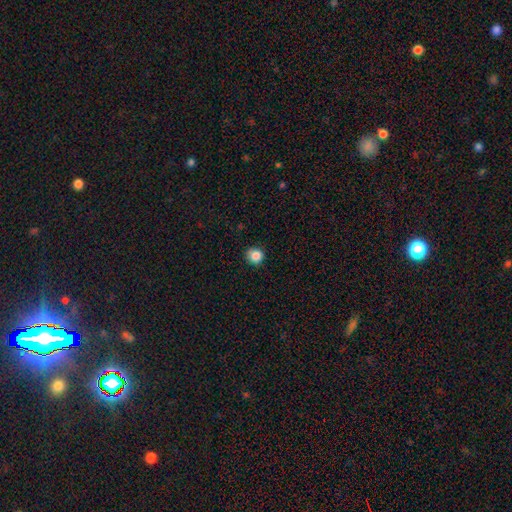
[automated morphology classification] The model was most divided on "merging": none: 85%, minor disturbance: 11%, major disturbance: 2%, merger: 1%. More confident: how rounded — round (91%); smooth or featured — smooth (86%).